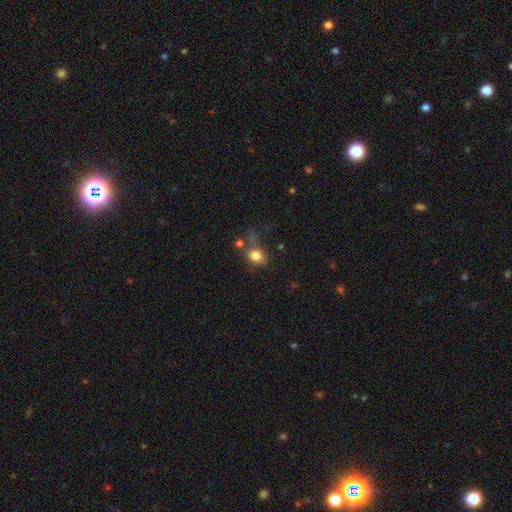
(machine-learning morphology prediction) smooth-or-featured: smooth: 80% | star or artifact: 11% | featured or disk: 9%
  how-rounded: round: 55% | in between: 43% | cigar-shaped: 1%
  merging: none: 45% | minor disturbance: 22% | merger: 18% | major disturbance: 16%